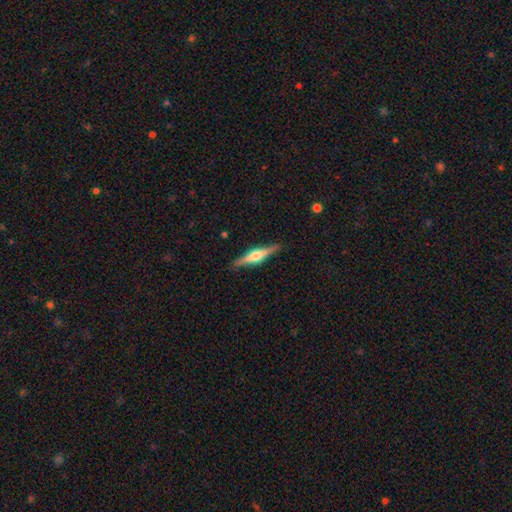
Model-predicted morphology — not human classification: featured or disk 70%, smooth 24%, star or artifact 6%. Down the decision tree: edge-on disk — yes (97%); edge-on bulge — rounded (87%); merging — none (89%).